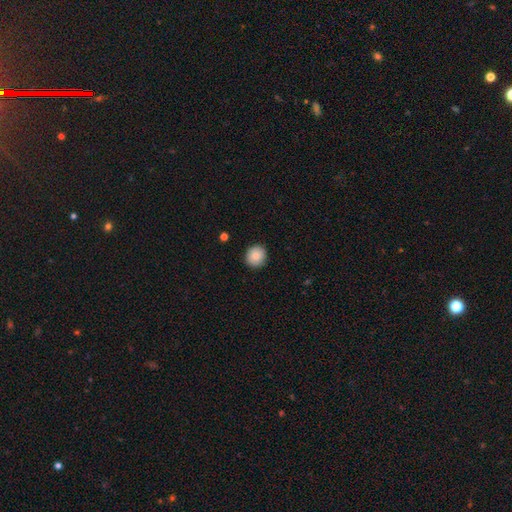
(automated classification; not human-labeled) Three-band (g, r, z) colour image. It shows a smooth galaxy with no disk features (84%) that is round (92%). Merging: none (91%).